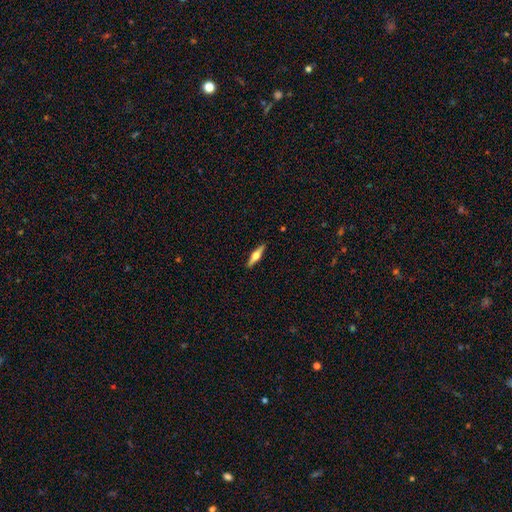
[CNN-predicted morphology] A featured or disk galaxy (57%) viewed edge-on (96%) with a rounded central bulge (93%). Merging: none (90%).